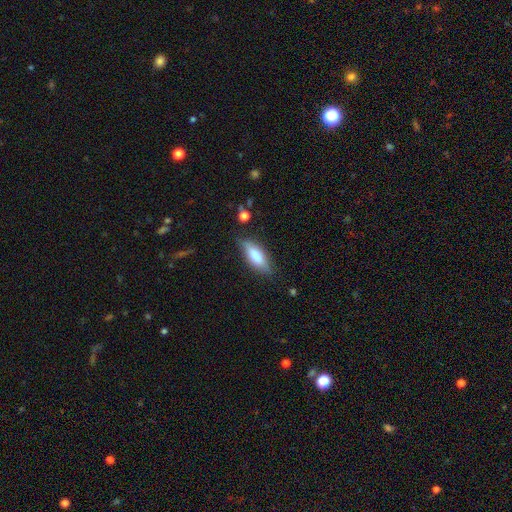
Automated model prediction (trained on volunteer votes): smooth 74%, featured or disk 20%, star or artifact 6%. Down the decision tree: how rounded — in between (66%); merging — none (77%).